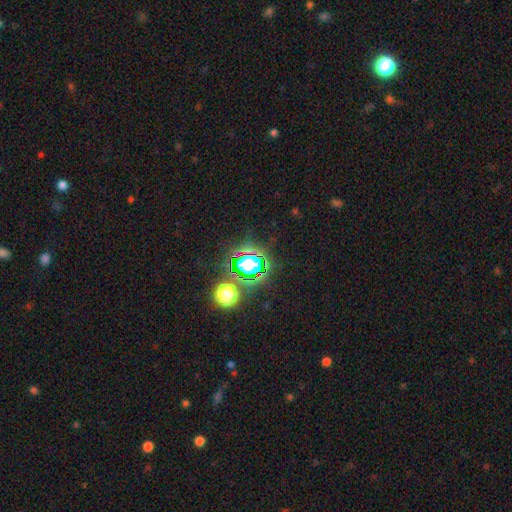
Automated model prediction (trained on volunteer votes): This is likely a star or artifact rather than a galaxy (76%).